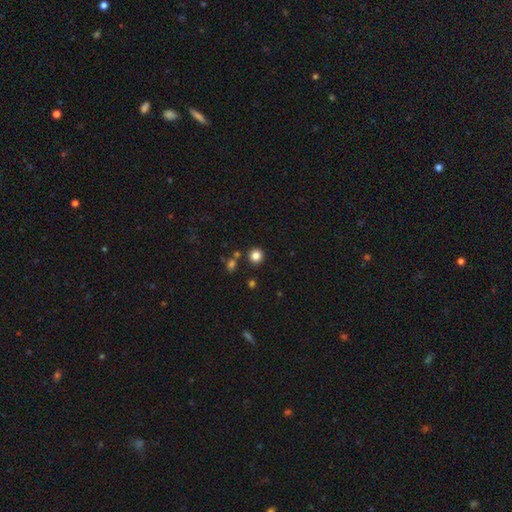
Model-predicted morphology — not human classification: Smooth or featured? smooth (83%)
How rounded? round (92%)
Merging? none (86%)